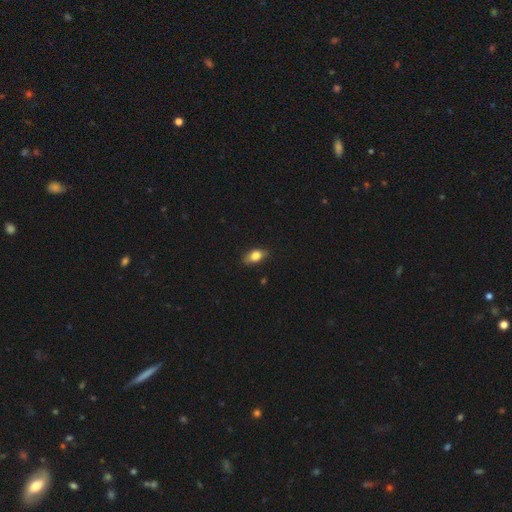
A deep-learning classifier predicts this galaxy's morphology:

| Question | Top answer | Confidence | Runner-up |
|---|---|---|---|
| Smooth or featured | smooth | 79% | featured or disk (13%) |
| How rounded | in between | 84% | round (9%) |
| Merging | none | 80% | minor disturbance (16%) |